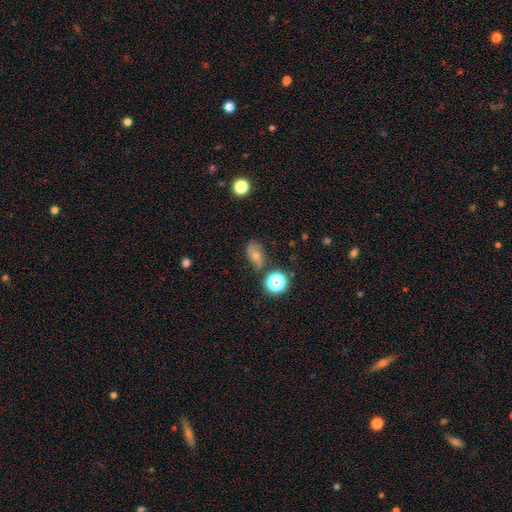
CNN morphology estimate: smooth 39%, featured or disk 34%, star or artifact 27%. Down the decision tree: merging — none (71%).